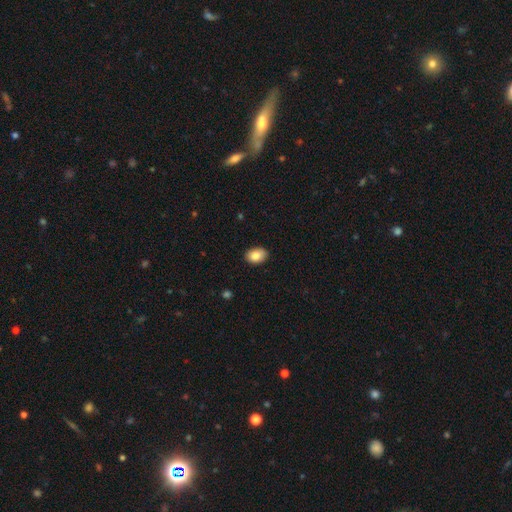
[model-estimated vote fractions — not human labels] smooth_or_featured: smooth (p=0.85) [alt: star or artifact p=0.07]
how_rounded: in between (p=0.84) [alt: round p=0.15]
merging: none (p=0.88) [alt: minor disturbance p=0.09]